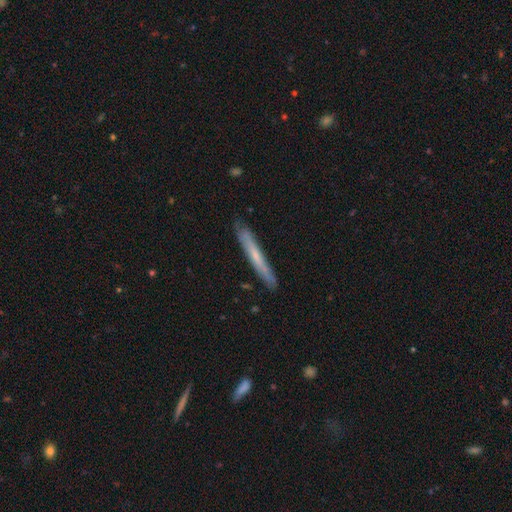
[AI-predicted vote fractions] Morphology: type=smooth (52%); roundness=cigar-shaped (96%); merging=none (86%).